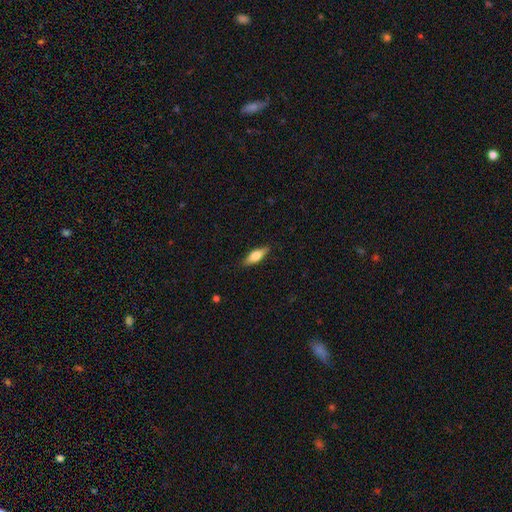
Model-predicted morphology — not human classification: smooth_or_featured: smooth (p=0.62) [alt: featured or disk p=0.32]
how_rounded: in between (p=0.55) [alt: cigar-shaped p=0.42]
merging: none (p=0.86) [alt: minor disturbance p=0.10]